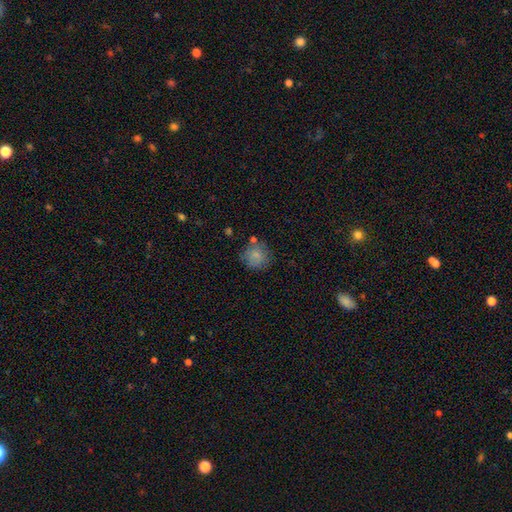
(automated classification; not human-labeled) Smooth or featured?
  - smooth: 80% *
  - featured or disk: 11%
  - star or artifact: 9%
How rounded?
  - round: 89% *
  - in between: 10%
  - cigar-shaped: 1%
Merging?
  - none: 70% *
  - minor disturbance: 16%
  - merger: 8%
  - major disturbance: 5%